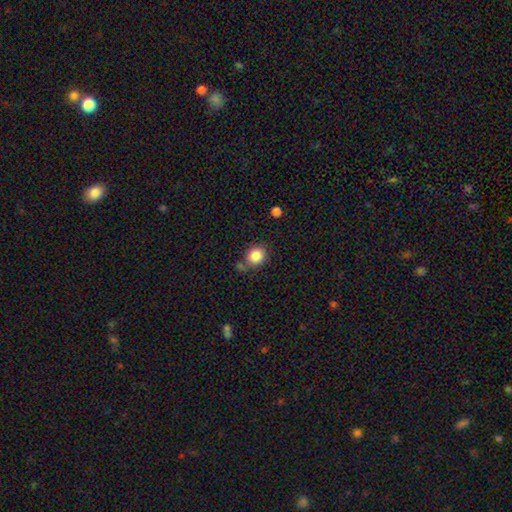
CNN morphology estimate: type=smooth (85%); roundness=round (71%); merging=none (66%).